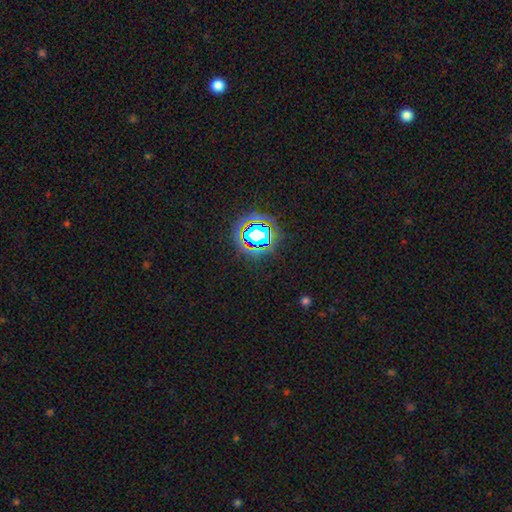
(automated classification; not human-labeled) smooth_or_featured: star or artifact (p=0.79) [alt: smooth p=0.13]